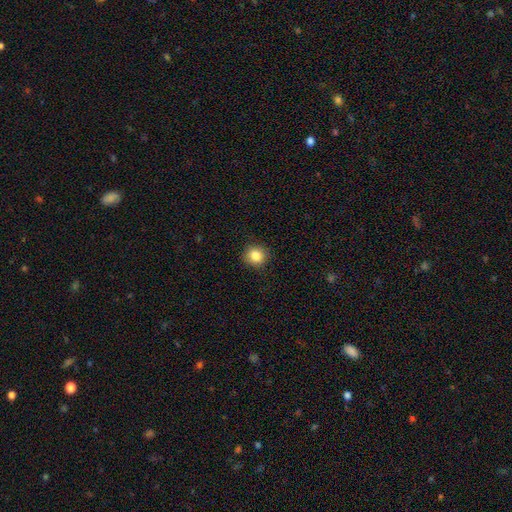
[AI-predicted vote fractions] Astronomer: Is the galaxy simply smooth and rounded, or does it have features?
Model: smooth — 85%.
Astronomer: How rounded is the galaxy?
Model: round — 89%.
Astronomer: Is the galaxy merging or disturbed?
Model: none — 91%.